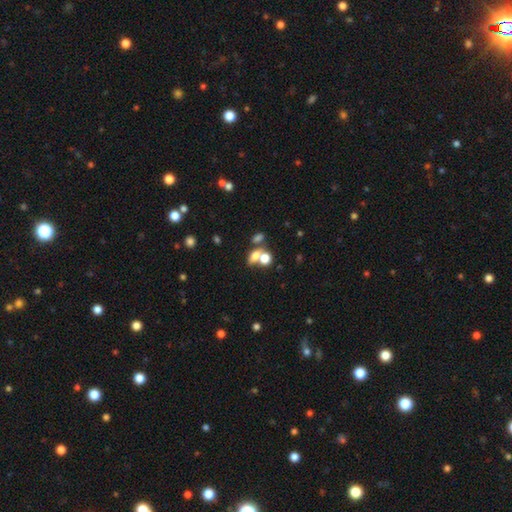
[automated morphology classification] A smooth galaxy with no disk features (68%) that is in between round and cigar-shaped (62%). Merging: merger (50%).